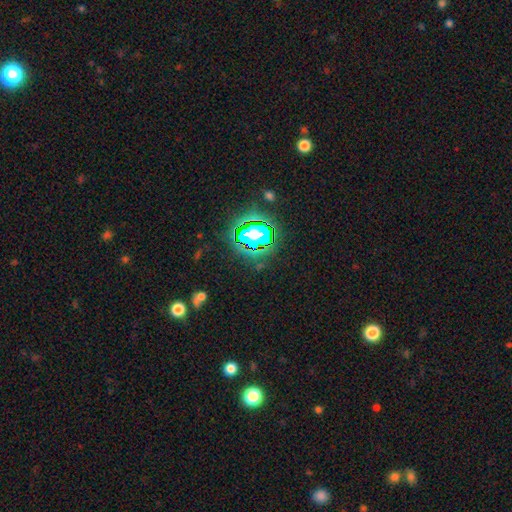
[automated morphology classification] Smooth or featured?
  - star or artifact: 80% *
  - smooth: 13%
  - featured or disk: 8%